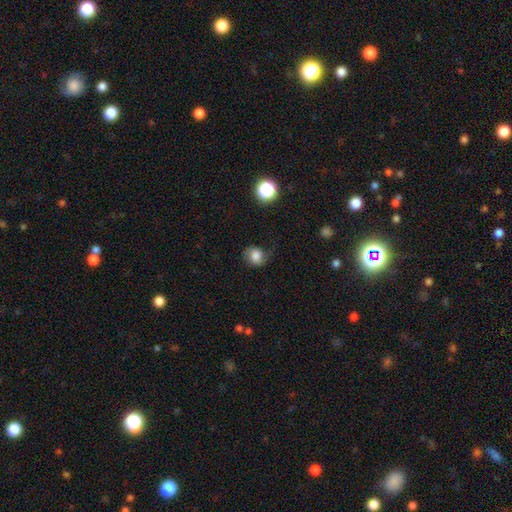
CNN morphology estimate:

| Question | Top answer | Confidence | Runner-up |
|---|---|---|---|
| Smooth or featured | smooth | 60% | featured or disk (28%) |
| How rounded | round | 68% | in between (31%) |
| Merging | none | 62% | minor disturbance (25%) |